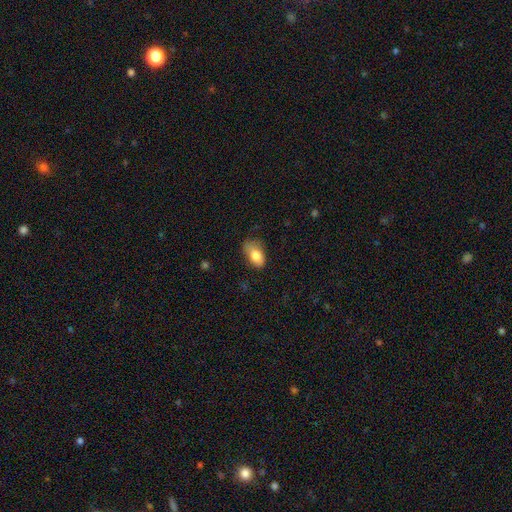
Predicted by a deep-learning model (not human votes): This is likely a smooth galaxy (80%). How rounded: clearly in between (90%). Merging: possibly none (51%).